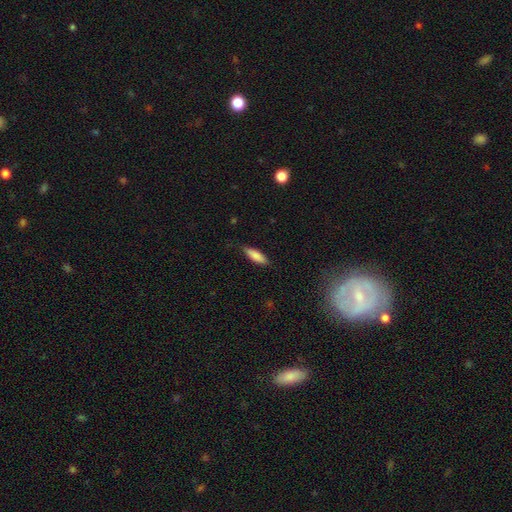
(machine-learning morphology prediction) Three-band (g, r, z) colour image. It shows a smooth galaxy with no disk features (83%) that is in between round and cigar-shaped (52%). Merging: none (80%).